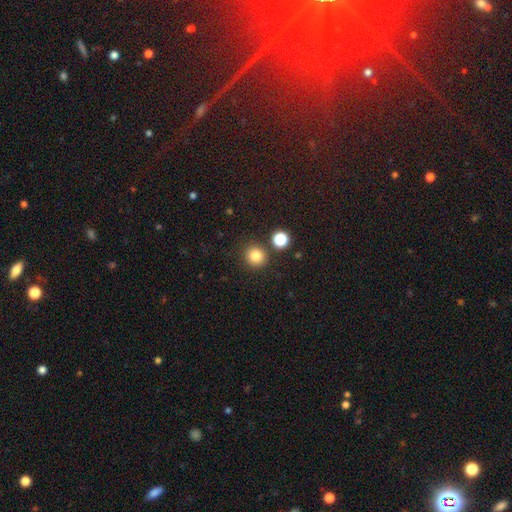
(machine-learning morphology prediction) Smooth or featured? smooth (82%)
How rounded? round (92%)
Merging? none (85%)